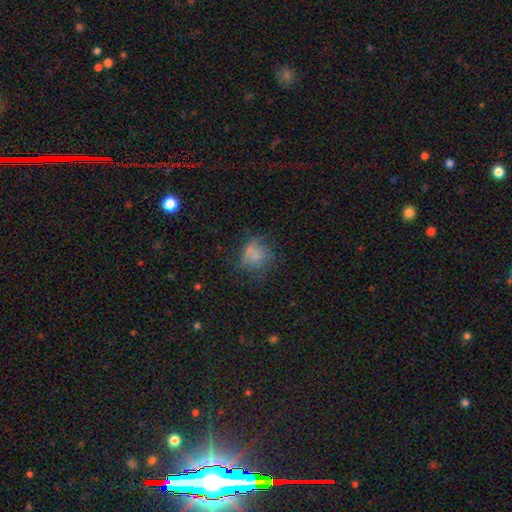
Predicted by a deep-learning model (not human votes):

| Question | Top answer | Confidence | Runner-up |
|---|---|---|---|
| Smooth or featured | smooth | 61% | featured or disk (21%) |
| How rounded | round | 67% | in between (32%) |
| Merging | none | 48% | minor disturbance (25%) |